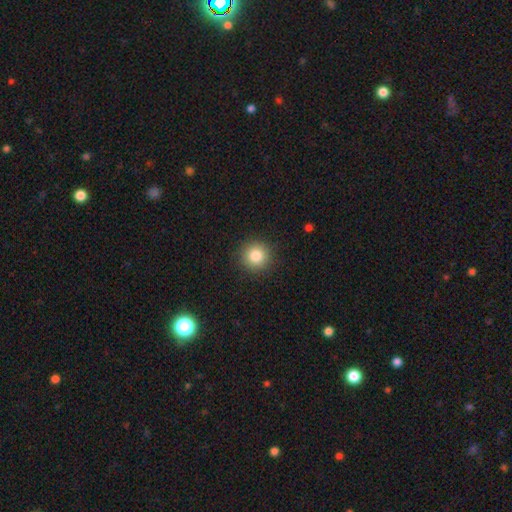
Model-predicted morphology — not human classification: Q: Smooth or featured?
A: smooth (84%); runner-up: star or artifact (10%)
Q: How rounded?
A: round (94%); runner-up: in between (5%)
Q: Merging?
A: none (91%); runner-up: minor disturbance (6%)